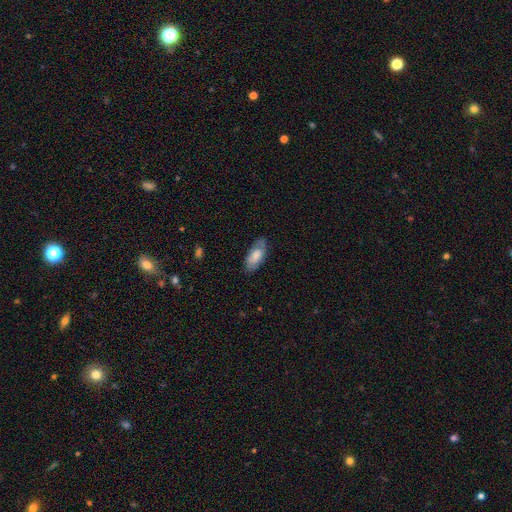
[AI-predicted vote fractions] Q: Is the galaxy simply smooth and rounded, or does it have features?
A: smooth — 68%.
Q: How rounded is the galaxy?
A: in between — 87%.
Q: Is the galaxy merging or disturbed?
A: none — 73%.